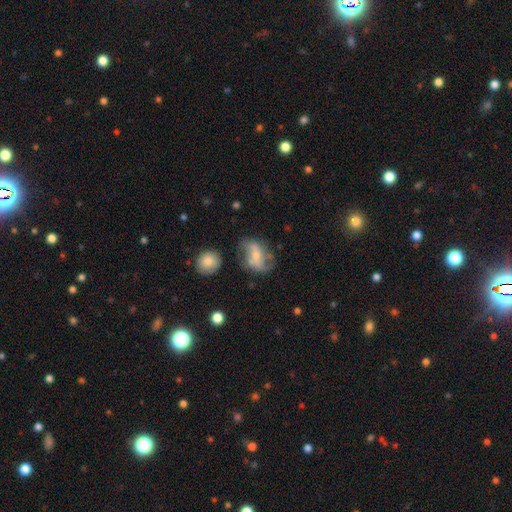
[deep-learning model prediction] smooth_or_featured: featured or disk (p=0.64) [alt: smooth p=0.28]
disk_edge_on: no (p=0.95) [alt: yes p=0.05]
bar: no (p=0.40) [alt: weak p=0.36]
has_spiral_arms: yes (p=0.79) [alt: no p=0.21]
bulge_size: small (p=0.55) [alt: moderate p=0.37]
merging: none (p=0.53) [alt: minor disturbance p=0.24]